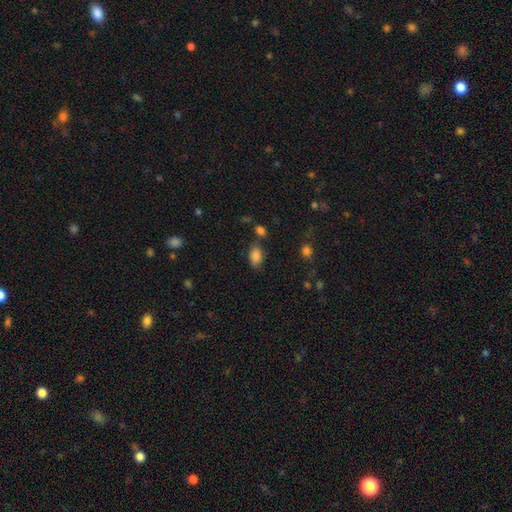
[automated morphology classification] Smooth or featured?
  - smooth: 85% *
  - star or artifact: 9%
  - featured or disk: 6%
How rounded?
  - in between: 88% *
  - round: 10%
  - cigar-shaped: 2%
Merging?
  - none: 70% *
  - minor disturbance: 16%
  - merger: 9%
  - major disturbance: 5%